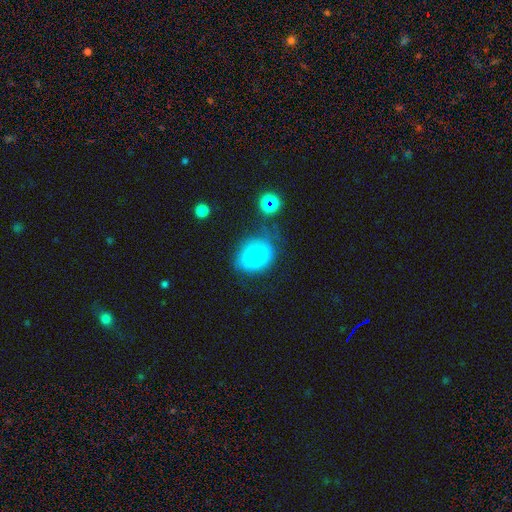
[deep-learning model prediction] Smooth or featured? smooth (82%)
How rounded? in between (68%)
Merging? none (56%)